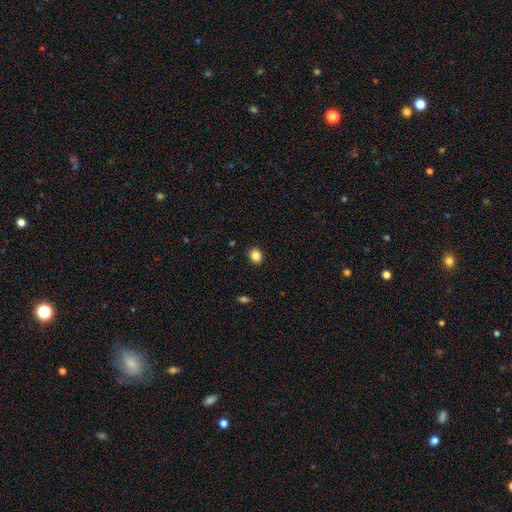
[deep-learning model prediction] smooth 85%, star or artifact 11%, featured or disk 4%. Down the decision tree: how rounded — round (67%); merging — none (91%).